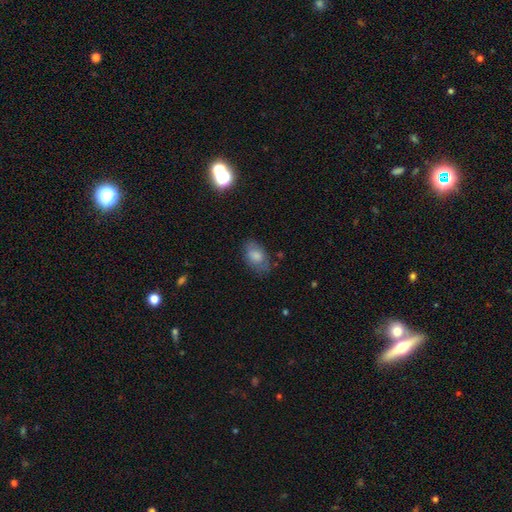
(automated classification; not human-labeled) The model was most divided on "merging": none: 71%, minor disturbance: 21%, major disturbance: 6%, merger: 2%. More confident: how rounded — in between (89%); smooth or featured — smooth (77%).